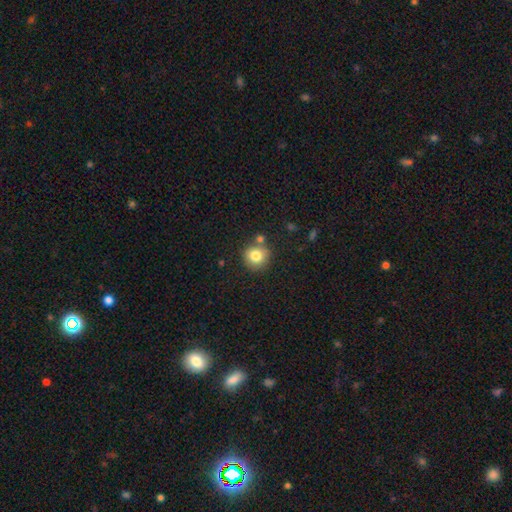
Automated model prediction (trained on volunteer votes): A smooth galaxy with no disk features (80%) that is round (92%).

Vote fractions:
- Smooth or featured? smooth: 80% / star or artifact: 10% / featured or disk: 10%
- How rounded? round: 92% / in between: 8% / cigar-shaped: 1%
- Merging? none: 73% / merger: 13% / minor disturbance: 11% / major disturbance: 3%